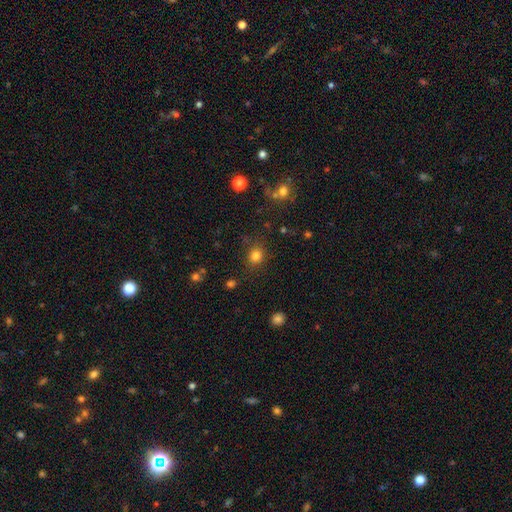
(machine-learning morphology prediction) smooth-or-featured: smooth: 81% | star or artifact: 14% | featured or disk: 5%
  how-rounded: round: 80% | in between: 19% | cigar-shaped: 1%
  merging: none: 84% | minor disturbance: 10% | major disturbance: 4% | merger: 2%